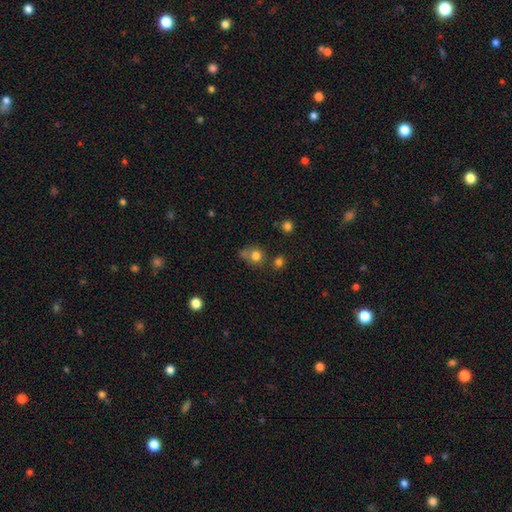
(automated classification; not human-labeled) A smooth galaxy with no disk features (77%) that is round (84%).

Vote fractions:
- Smooth or featured? smooth: 77% / star or artifact: 15% / featured or disk: 8%
- How rounded? round: 84% / in between: 15% / cigar-shaped: 1%
- Merging? none: 54% / merger: 26% / minor disturbance: 13% / major disturbance: 6%